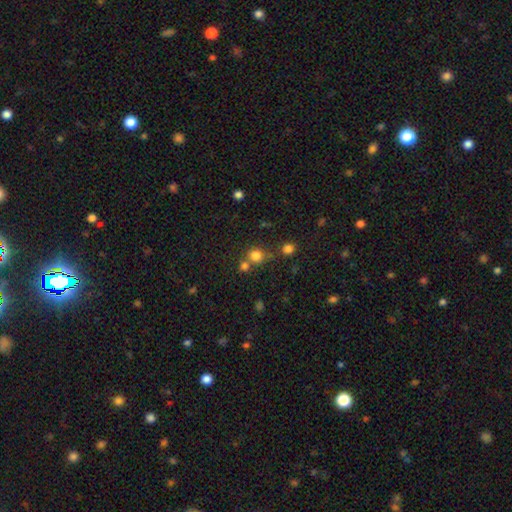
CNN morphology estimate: This is likely a smooth galaxy (78%). How rounded: clearly round (84%). Merging: possibly none (57%).